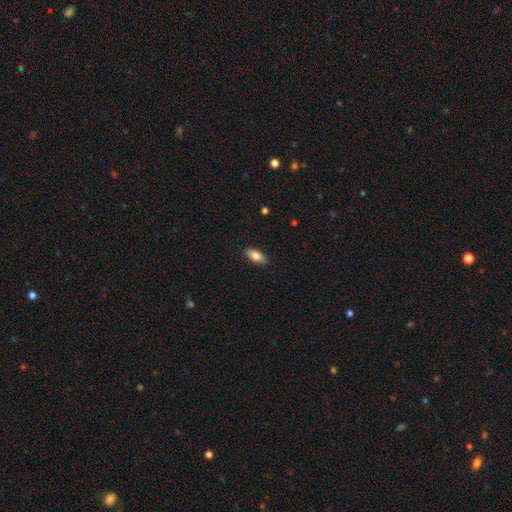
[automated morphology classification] This is clearly a smooth galaxy (84%). How rounded: clearly in between (88%). Merging: clearly none (87%).